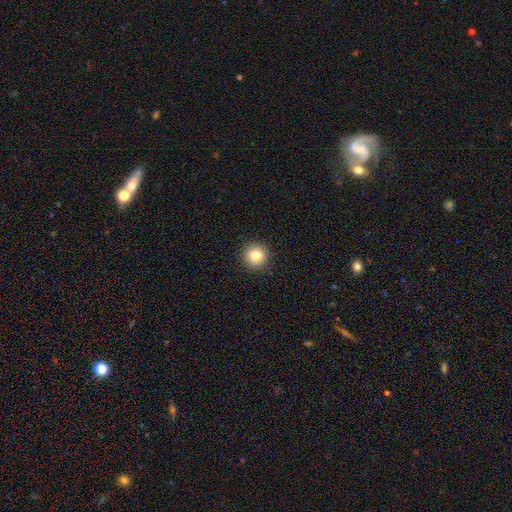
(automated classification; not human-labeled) A smooth galaxy with no disk features (81%) that is round (93%). Merging: none (92%).